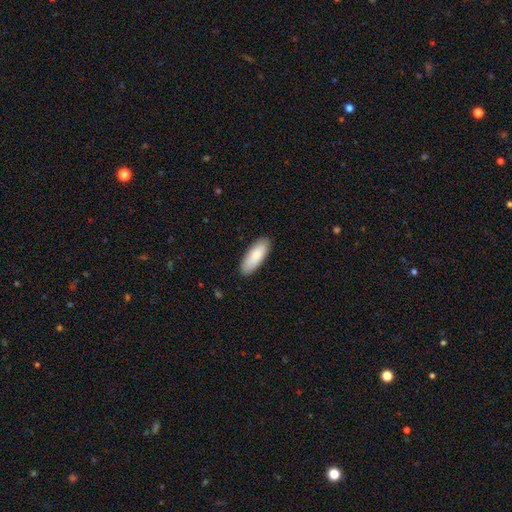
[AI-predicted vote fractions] This is clearly a smooth galaxy (86%). How rounded: likely in between (72%). Merging: clearly none (88%).